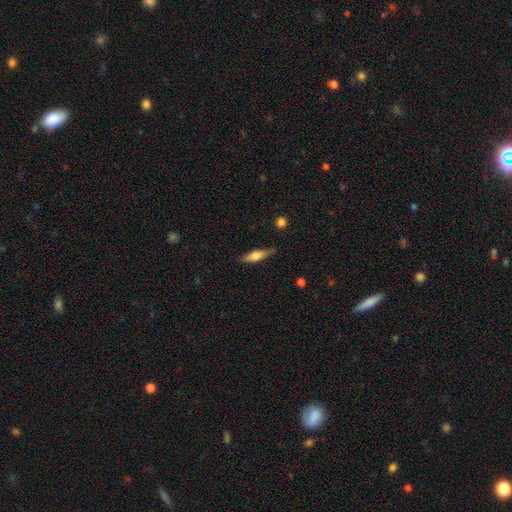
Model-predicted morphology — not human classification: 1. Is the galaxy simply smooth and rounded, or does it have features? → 54% smooth, 39% featured or disk, 7% star or artifact.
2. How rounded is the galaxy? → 64% cigar-shaped, 33% in between, 2% round.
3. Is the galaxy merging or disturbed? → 79% none, 15% minor disturbance, 3% major disturbance, 2% merger.